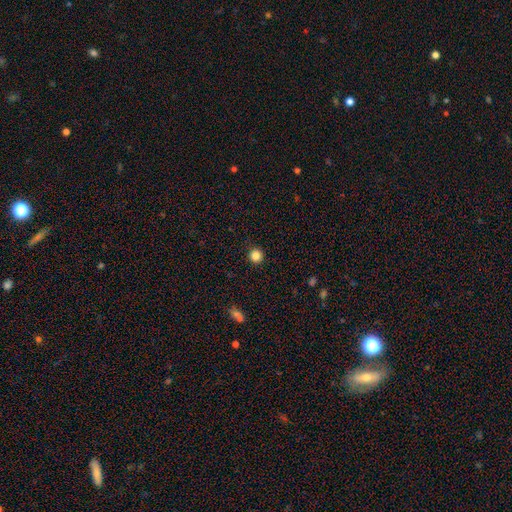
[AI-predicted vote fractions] Smooth or featured?
  - smooth: 85% *
  - star or artifact: 11%
  - featured or disk: 4%
How rounded?
  - round: 95% *
  - in between: 4%
  - cigar-shaped: 1%
Merging?
  - none: 93% *
  - minor disturbance: 5%
  - major disturbance: 2%
  - merger: 1%